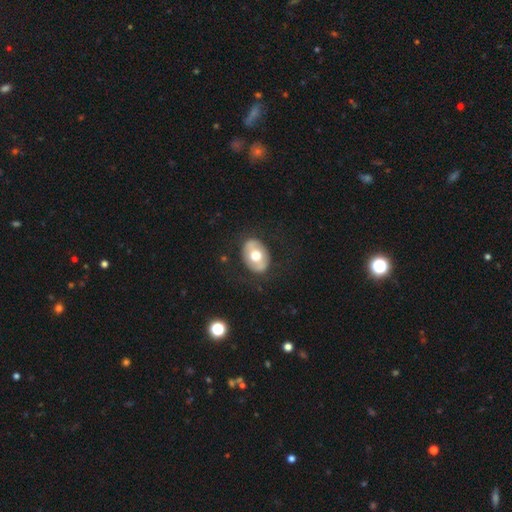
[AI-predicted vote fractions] Morphology: type=smooth (54%); roundness=in between (72%); merging=none (79%).